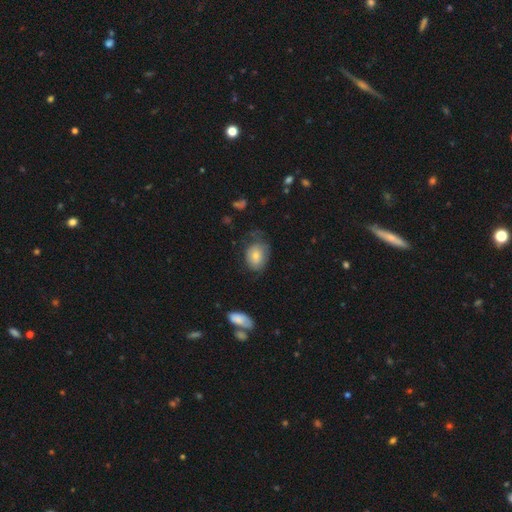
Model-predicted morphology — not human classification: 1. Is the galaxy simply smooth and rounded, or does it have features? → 74% smooth, 18% featured or disk, 8% star or artifact.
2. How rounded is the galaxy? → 65% in between, 34% round, 1% cigar-shaped.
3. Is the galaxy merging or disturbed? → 51% none, 31% minor disturbance, 16% major disturbance, 2% merger.